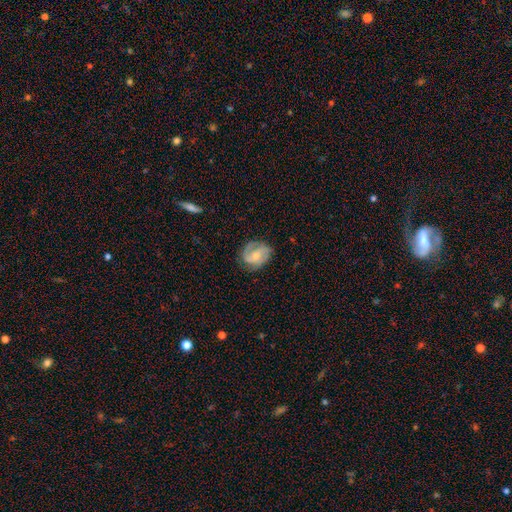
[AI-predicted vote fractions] The model was most divided on "bulge size": small: 45%, moderate: 41%, none: 9%, large: 4%, dominant: 1%. Remaining: edge-on disk — no (98%); spiral arms — yes (92%); merging — none (68%); smooth or featured — featured or disk (67%); spiral arm count — 2 (58%); bar — no (51%); spiral winding — medium (46%).